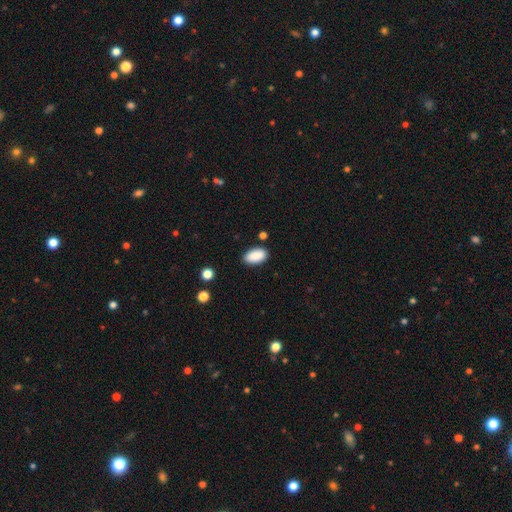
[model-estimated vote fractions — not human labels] Q: Smooth or featured?
A: smooth (90%); runner-up: star or artifact (7%)
Q: How rounded?
A: in between (94%); runner-up: round (3%)
Q: Merging?
A: none (85%); runner-up: minor disturbance (11%)